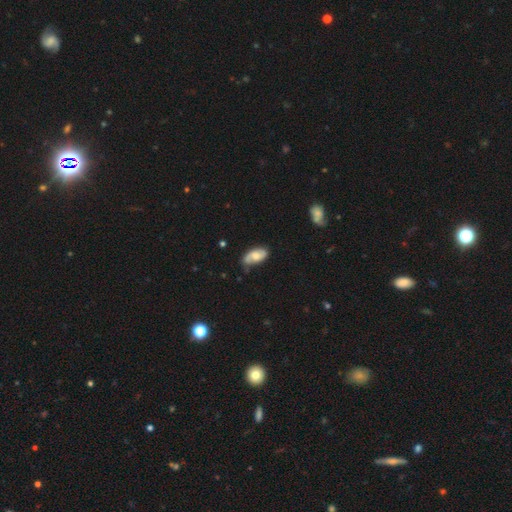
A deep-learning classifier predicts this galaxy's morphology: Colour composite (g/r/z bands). It shows a smooth galaxy with no disk features (47%). Merging: none (60%).